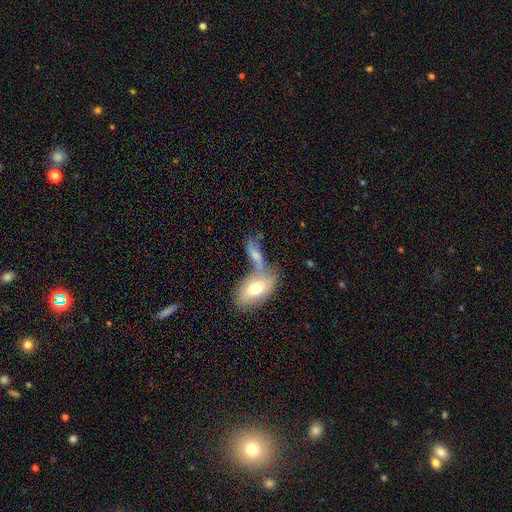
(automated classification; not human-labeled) A smooth galaxy with no disk features (58%) that is in between round and cigar-shaped (72%).

Vote fractions:
- Smooth or featured? smooth: 58% / featured or disk: 33% / star or artifact: 9%
- How rounded? in between: 72% / cigar-shaped: 22% / round: 5%
- Merging? merger: 55% / none: 28% / minor disturbance: 10% / major disturbance: 7%